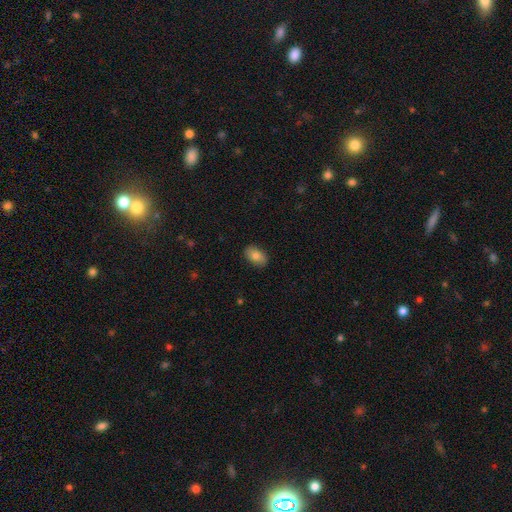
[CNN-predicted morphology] smooth-or-featured: smooth: 84% | featured or disk: 9% | star or artifact: 7%
  how-rounded: in between: 90% | round: 8% | cigar-shaped: 1%
  merging: none: 88% | minor disturbance: 9% | major disturbance: 2% | merger: 1%